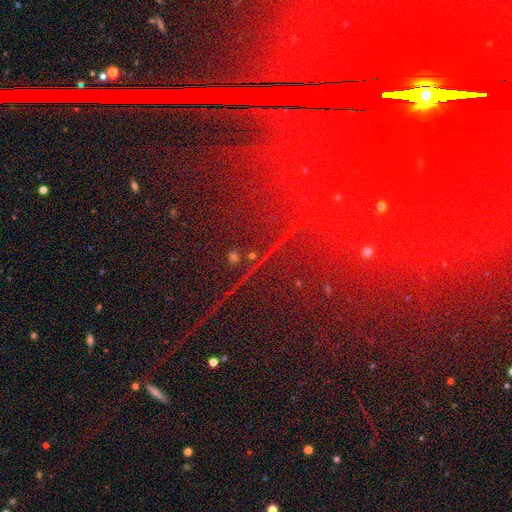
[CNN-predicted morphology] star or artifact 86%, featured or disk 8%, smooth 6%.